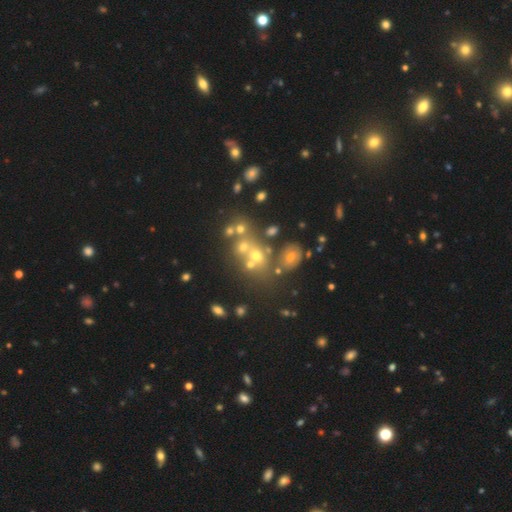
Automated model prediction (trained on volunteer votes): The model was most divided on "merging": none: 44%, merger: 40%, minor disturbance: 10%, major disturbance: 6%. Remaining: smooth or featured — smooth (45%).